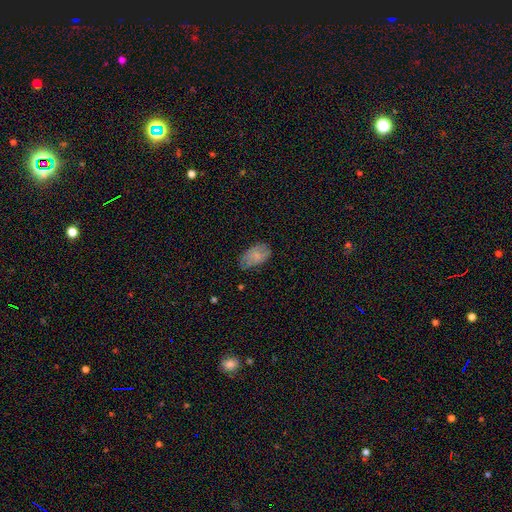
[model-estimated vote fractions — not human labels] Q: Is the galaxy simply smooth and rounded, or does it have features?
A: smooth — 70%.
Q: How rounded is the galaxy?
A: in between — 92%.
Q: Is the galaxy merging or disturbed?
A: none — 63%.